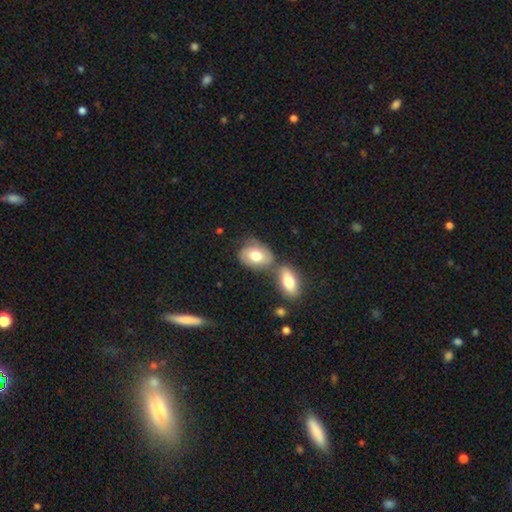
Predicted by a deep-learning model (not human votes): The model was most divided on "merging": none: 41%, merger: 36%, minor disturbance: 16%, major disturbance: 6%. More confident: how rounded — in between (80%); smooth or featured — smooth (65%).